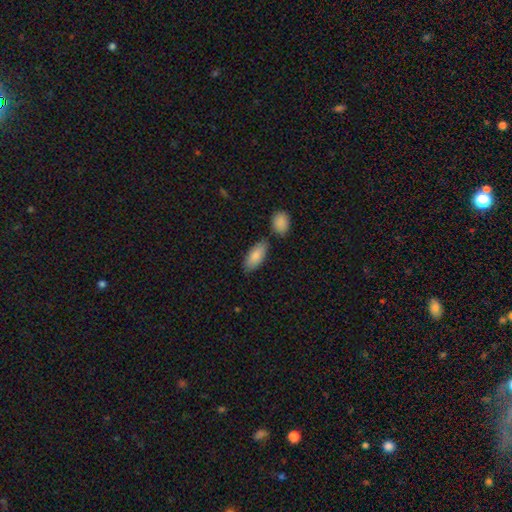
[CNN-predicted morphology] The model was most divided on "merging": none: 72%, minor disturbance: 14%, merger: 11%, major disturbance: 3%. More confident: smooth or featured — smooth (86%); how rounded — in between (85%).